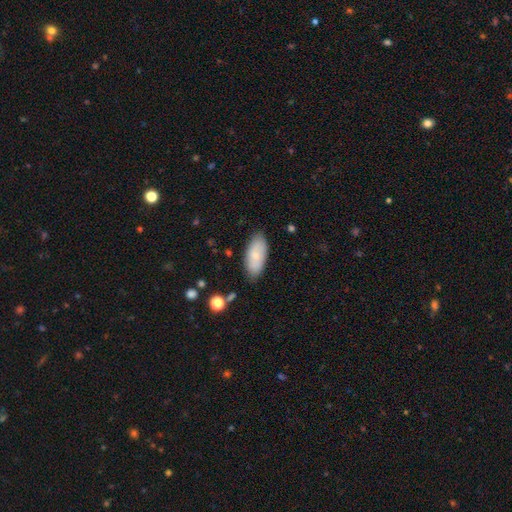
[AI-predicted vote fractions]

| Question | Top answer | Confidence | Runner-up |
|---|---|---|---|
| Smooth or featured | smooth | 77% | featured or disk (17%) |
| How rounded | in between | 91% | cigar-shaped (7%) |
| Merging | none | 81% | minor disturbance (14%) |